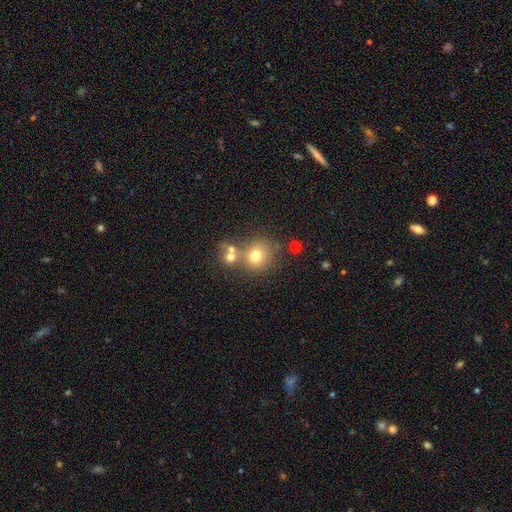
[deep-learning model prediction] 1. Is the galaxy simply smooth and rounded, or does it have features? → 73% smooth, 14% star or artifact, 13% featured or disk.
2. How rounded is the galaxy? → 84% round, 15% in between, 1% cigar-shaped.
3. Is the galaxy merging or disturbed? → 58% none, 26% merger, 11% minor disturbance, 5% major disturbance.